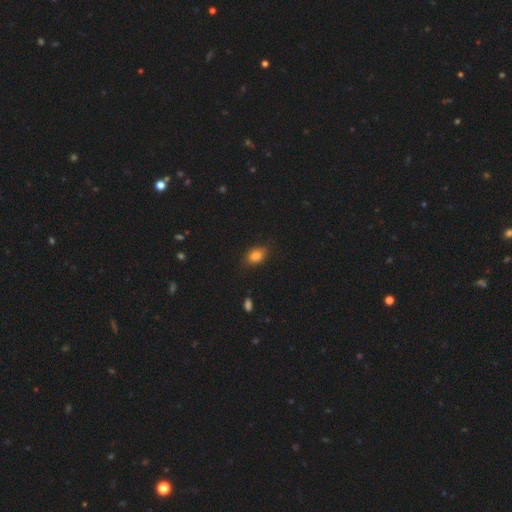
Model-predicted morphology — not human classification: smooth_or_featured: smooth (p=0.82) [alt: star or artifact p=0.10]
how_rounded: in between (p=0.73) [alt: round p=0.25]
merging: none (p=0.73) [alt: minor disturbance p=0.22]